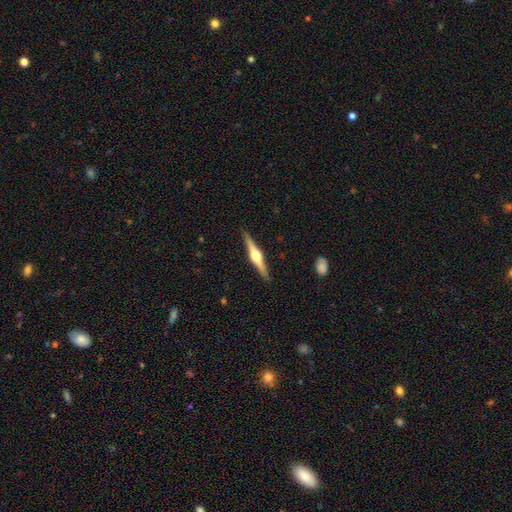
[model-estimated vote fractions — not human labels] This is clearly a featured or disk galaxy (80%). It is clearly viewed edge-on (98%). Edge-on bulge: clearly rounded (94%). Merging: clearly none (91%).